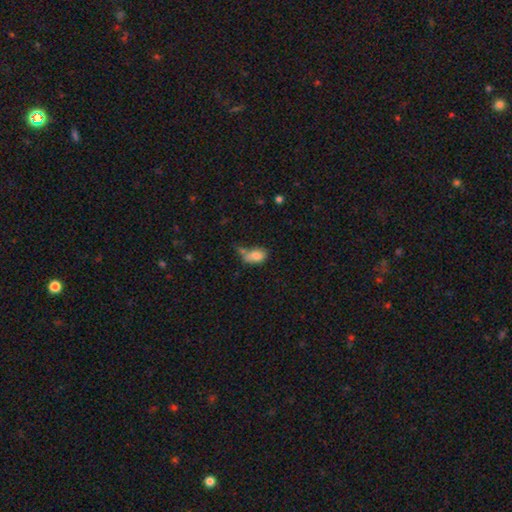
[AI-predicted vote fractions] A smooth galaxy with no disk features (79%) that is in between round and cigar-shaped (85%). Merging: none (36%).